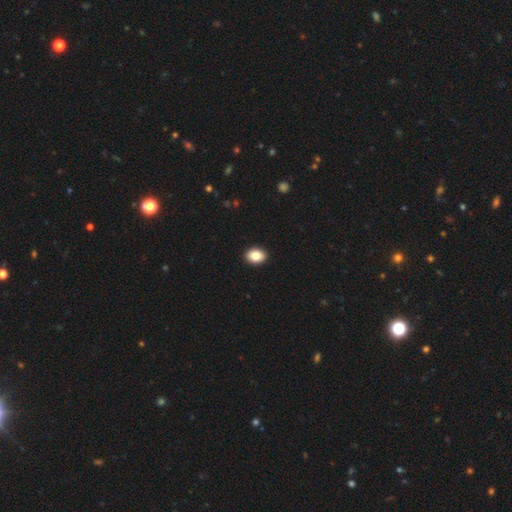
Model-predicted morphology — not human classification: smooth 84%, star or artifact 8%, featured or disk 8%. Down the decision tree: how rounded — in between (72%); merging — none (92%).